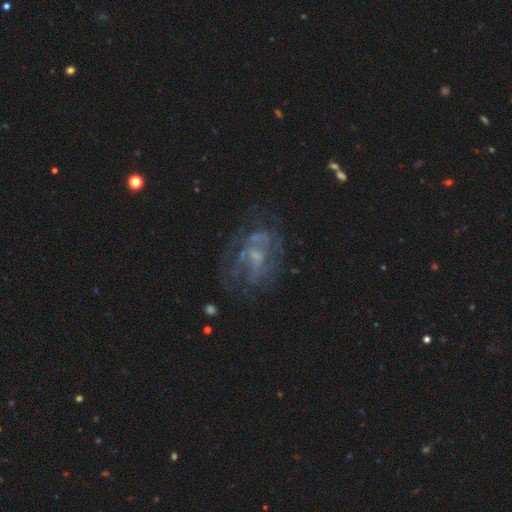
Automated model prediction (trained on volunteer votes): Morphology: type=featured or disk (70%); edge-on=no (97%); bar=no (59%); spiral arms=yes (62%); bulge=small (55%); merging=none (59%).